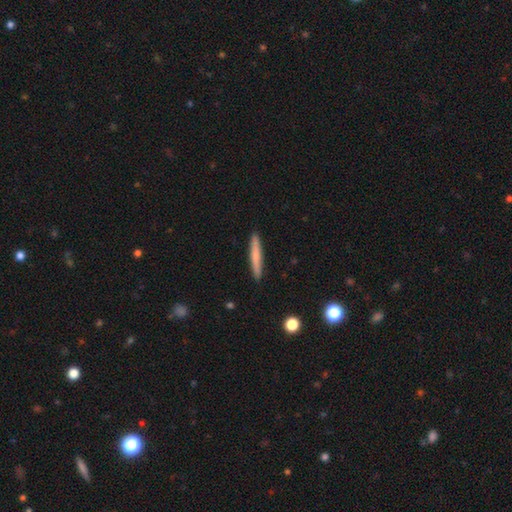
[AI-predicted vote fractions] smooth 70%, featured or disk 24%, star or artifact 6%. Down the decision tree: how rounded — cigar-shaped (96%); merging — none (92%).